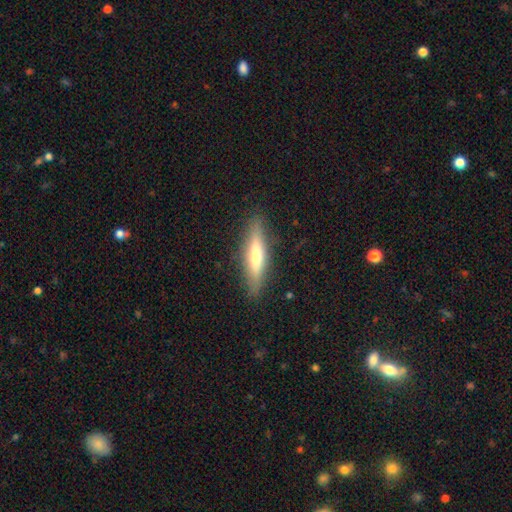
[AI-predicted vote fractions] Smooth or featured? Predicted: featured or disk (p=0.48). Merging? Predicted: none (p=0.88).